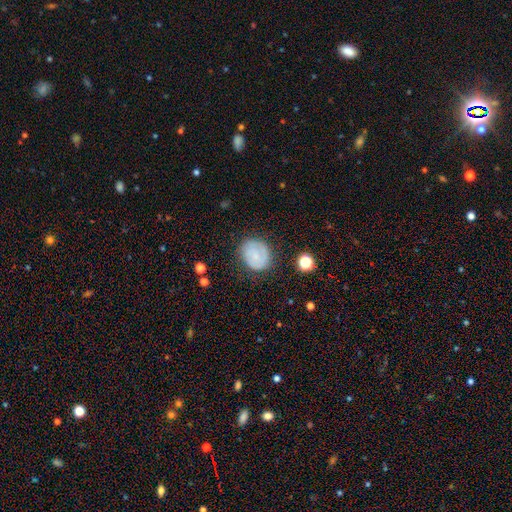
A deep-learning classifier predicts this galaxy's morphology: smooth 52%, featured or disk 39%, star or artifact 9%. Down the decision tree: how rounded — round (68%); merging — none (75%).